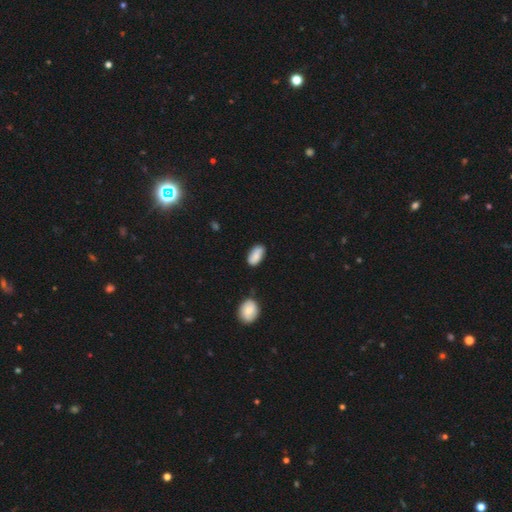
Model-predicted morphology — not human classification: A smooth galaxy with no disk features (81%) that is in between round and cigar-shaped (91%). Merging: none (73%).